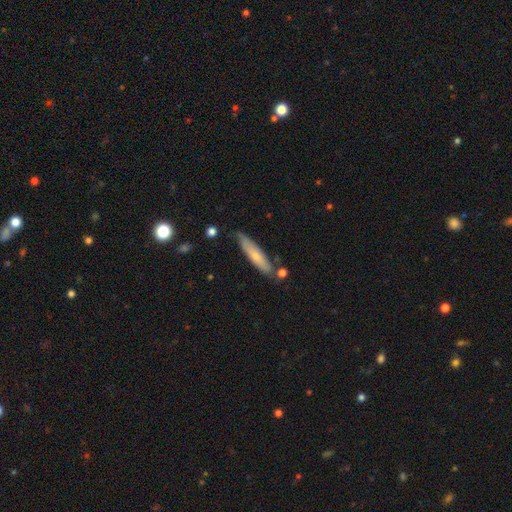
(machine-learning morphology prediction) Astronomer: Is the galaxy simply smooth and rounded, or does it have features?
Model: smooth — 62%.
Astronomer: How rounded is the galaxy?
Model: cigar-shaped — 84%.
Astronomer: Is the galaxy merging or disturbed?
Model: none — 74%.